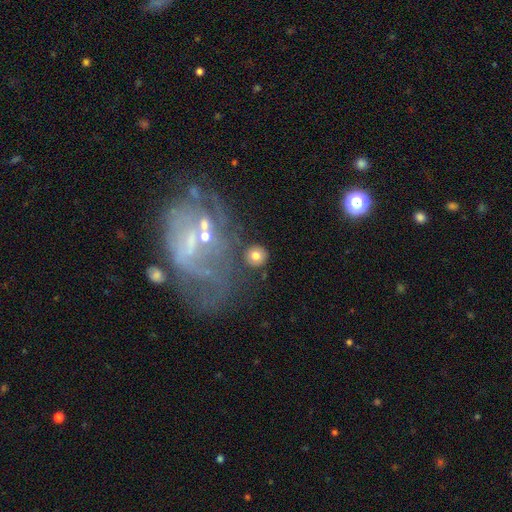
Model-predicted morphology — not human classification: smooth-or-featured: smooth: 75% | featured or disk: 14% | star or artifact: 10%
  how-rounded: round: 91% | in between: 8% | cigar-shaped: 1%
  merging: none: 78% | minor disturbance: 9% | merger: 8% | major disturbance: 5%